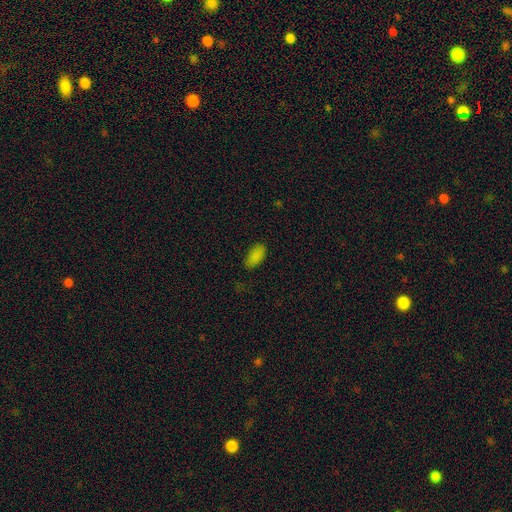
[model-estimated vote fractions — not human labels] Morphology: type=smooth (86%); roundness=in between (92%); merging=none (82%).